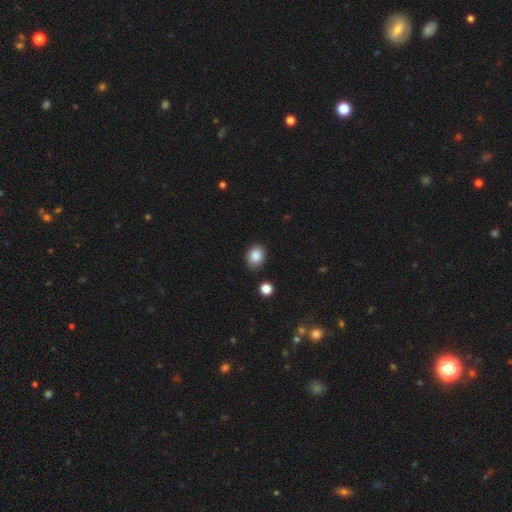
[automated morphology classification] smooth-or-featured: smooth: 87% | star or artifact: 8% | featured or disk: 5%
  how-rounded: in between: 56% | round: 43% | cigar-shaped: 1%
  merging: none: 86% | minor disturbance: 9% | merger: 2% | major disturbance: 2%